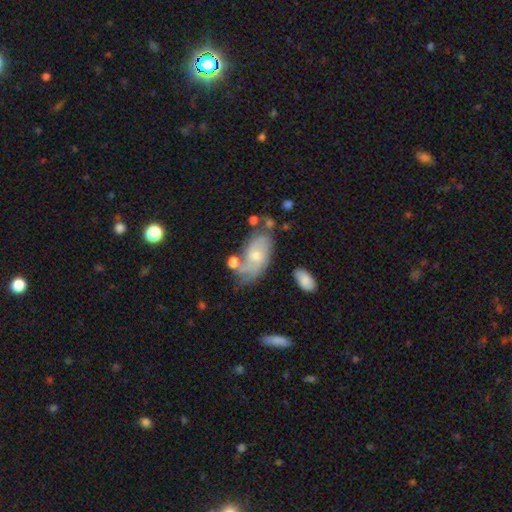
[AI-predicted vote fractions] Smooth or featured? Predicted: featured or disk (p=0.63). Edge-on disk? Predicted: no (p=0.94). Bar? Predicted: no (p=0.72). Spiral arms? Predicted: yes (p=0.80). Bulge size? Predicted: small (p=0.50). Merging? Predicted: none (p=0.45).